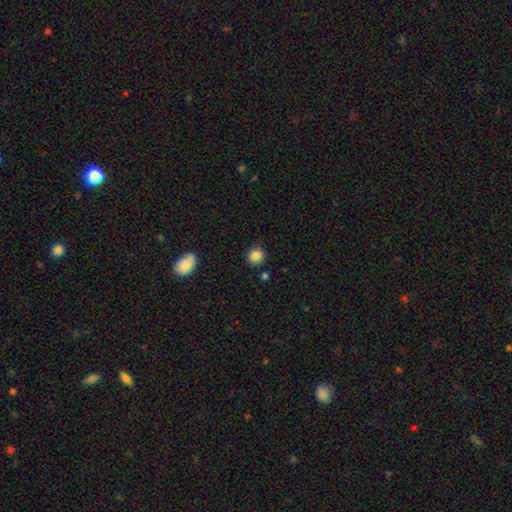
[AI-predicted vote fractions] Smooth or featured? smooth (85%)
How rounded? round (88%)
Merging? none (86%)